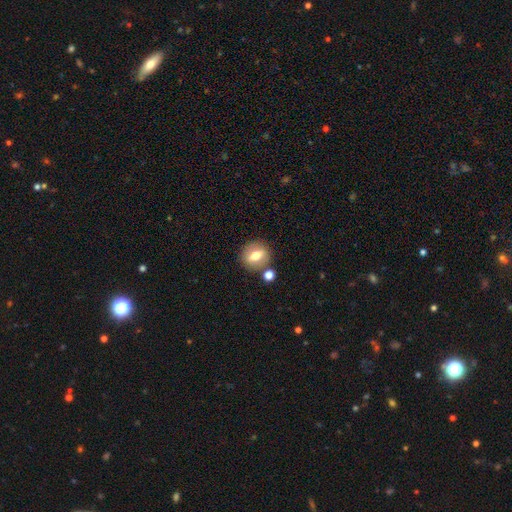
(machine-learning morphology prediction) Smooth or featured?
  - smooth: 63% *
  - featured or disk: 28%
  - star or artifact: 9%
How rounded?
  - round: 63% *
  - in between: 34%
  - cigar-shaped: 2%
Merging?
  - none: 75% *
  - merger: 11%
  - minor disturbance: 10%
  - major disturbance: 3%